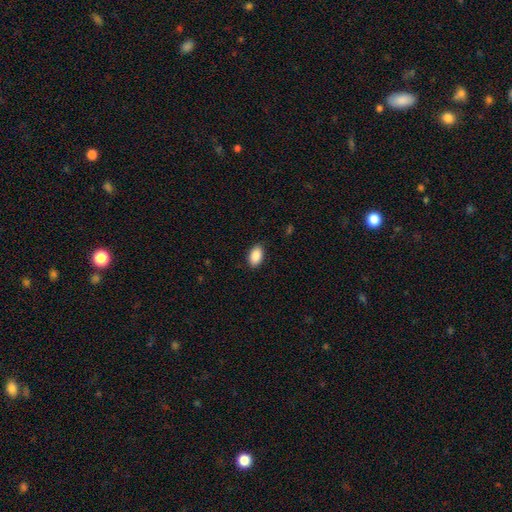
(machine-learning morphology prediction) This is clearly a smooth galaxy (90%). How rounded: clearly in between (92%). Merging: clearly none (87%).